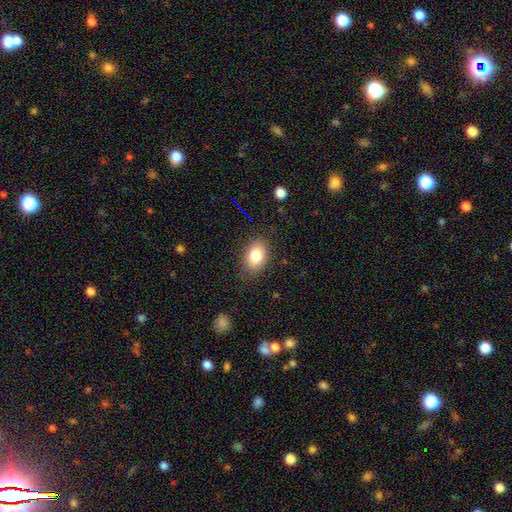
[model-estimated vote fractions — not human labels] Smooth or featured?
  - smooth: 82% *
  - featured or disk: 10%
  - star or artifact: 8%
How rounded?
  - in between: 84% *
  - round: 14%
  - cigar-shaped: 1%
Merging?
  - none: 83% *
  - minor disturbance: 12%
  - major disturbance: 3%
  - merger: 1%